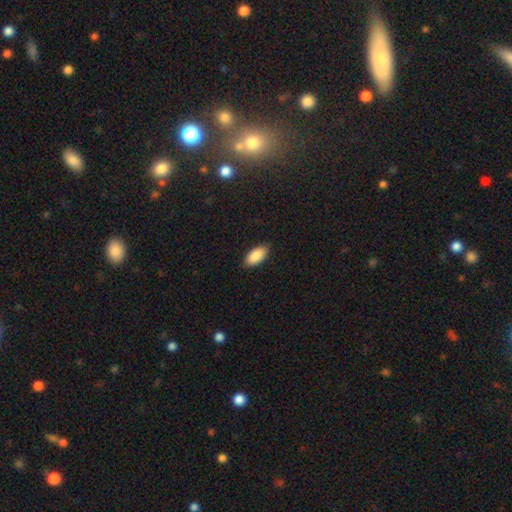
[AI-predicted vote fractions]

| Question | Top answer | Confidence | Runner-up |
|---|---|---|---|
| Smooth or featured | smooth | 90% | star or artifact (6%) |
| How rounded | in between | 94% | cigar-shaped (4%) |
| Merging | none | 86% | minor disturbance (11%) |